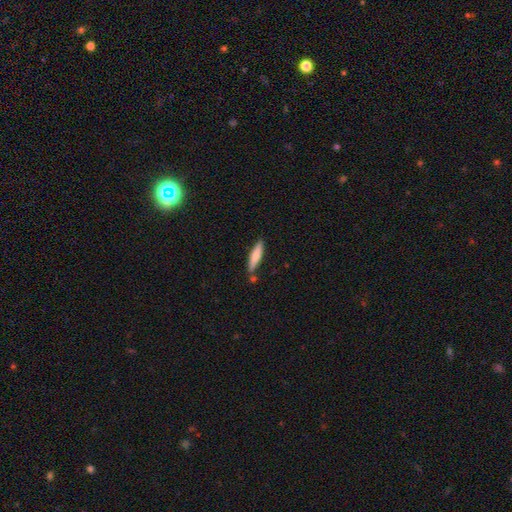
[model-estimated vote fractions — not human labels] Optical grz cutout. It shows a smooth galaxy with no disk features (73%) that is cigar-shaped (82%). Merging: none (77%).